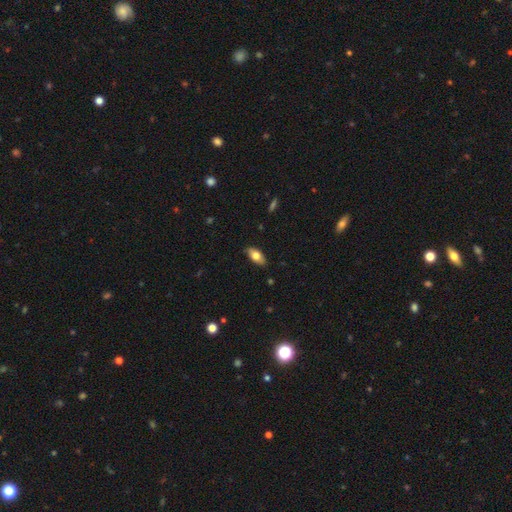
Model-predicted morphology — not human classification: A smooth galaxy with no disk features (69%) that is in between round and cigar-shaped (87%). Merging: none (84%).